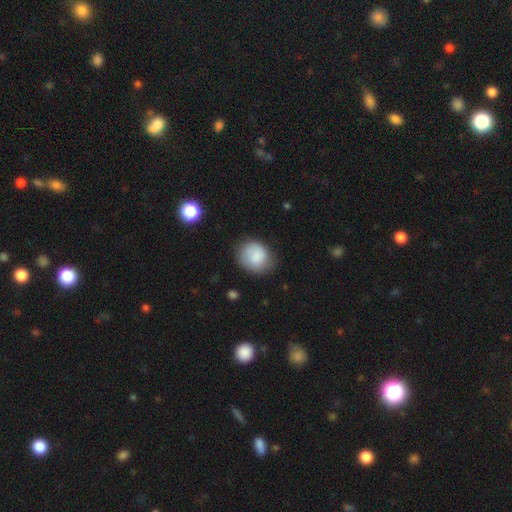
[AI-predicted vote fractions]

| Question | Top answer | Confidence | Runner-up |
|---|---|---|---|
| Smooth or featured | smooth | 81% | featured or disk (11%) |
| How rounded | round | 70% | in between (29%) |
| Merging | none | 69% | minor disturbance (22%) |